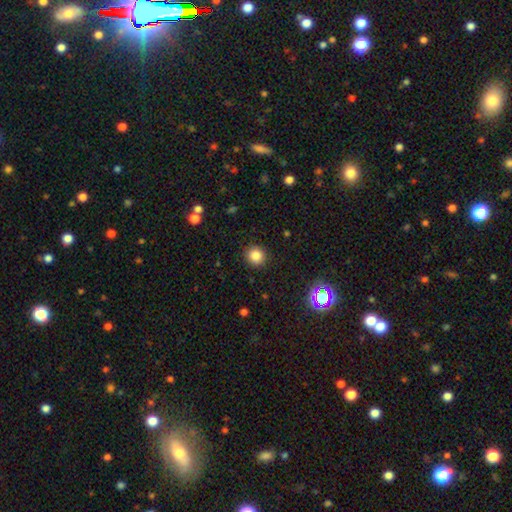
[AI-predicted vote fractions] smooth 83%, star or artifact 12%, featured or disk 5%. Down the decision tree: how rounded — round (92%); merging — none (91%).